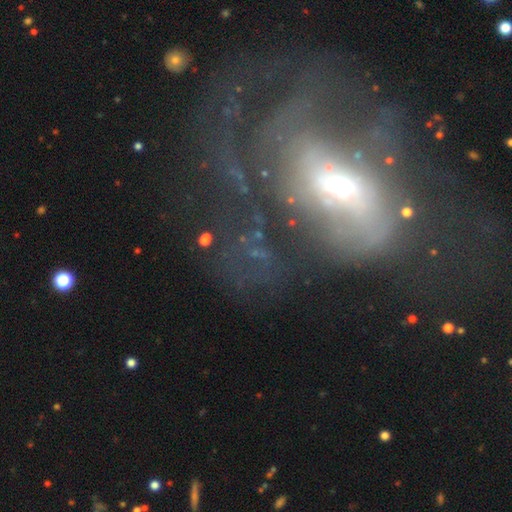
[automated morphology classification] featured or disk 59%, smooth 23%, star or artifact 18%. Down the decision tree: edge-on disk — no (91%); bar — no (64%); spiral arms — no (56%); bulge size — moderate (47%); merging — major disturbance (49%).